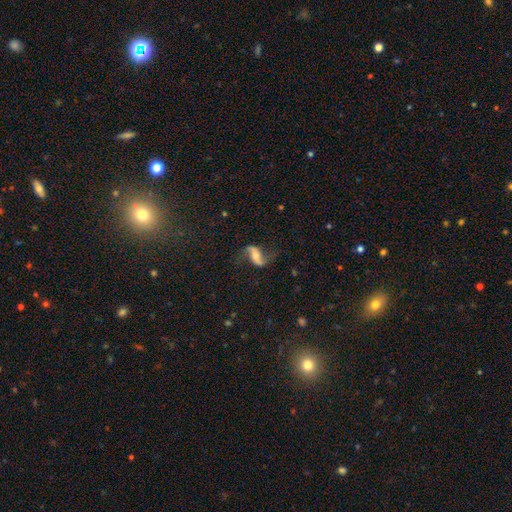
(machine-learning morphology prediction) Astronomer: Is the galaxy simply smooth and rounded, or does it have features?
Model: featured or disk — 77%.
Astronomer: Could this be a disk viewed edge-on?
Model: no — 93%.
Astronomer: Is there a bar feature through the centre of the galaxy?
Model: strong — 40% (runner-up: weak, 32%).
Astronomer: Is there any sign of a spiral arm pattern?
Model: yes — 93%.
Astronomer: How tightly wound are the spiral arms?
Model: loose — 85%.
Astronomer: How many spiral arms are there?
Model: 2 — 93%.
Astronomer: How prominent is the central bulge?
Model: moderate — 45% (runner-up: small, 39%).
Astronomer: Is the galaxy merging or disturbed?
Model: none — 72%.